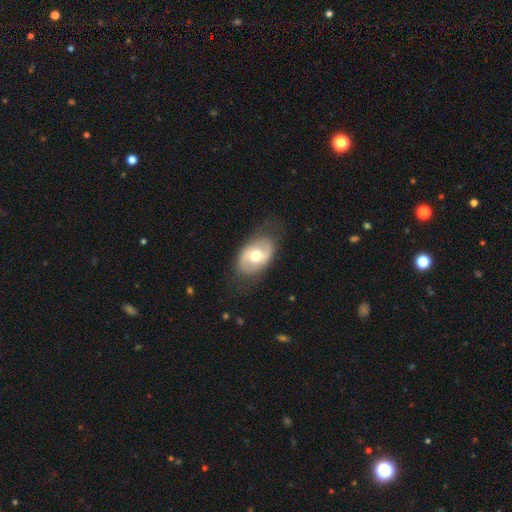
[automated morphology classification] Overall: featured or disk (50%; smooth 44%). Edge-on disk: no (93%). Merging: none (70%).